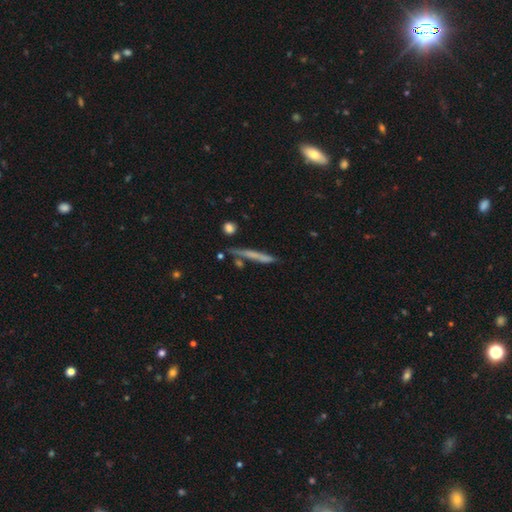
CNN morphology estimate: Overall: smooth (51%; featured or disk 40%). How rounded: cigar-shaped (93%). Merging: none (74%).